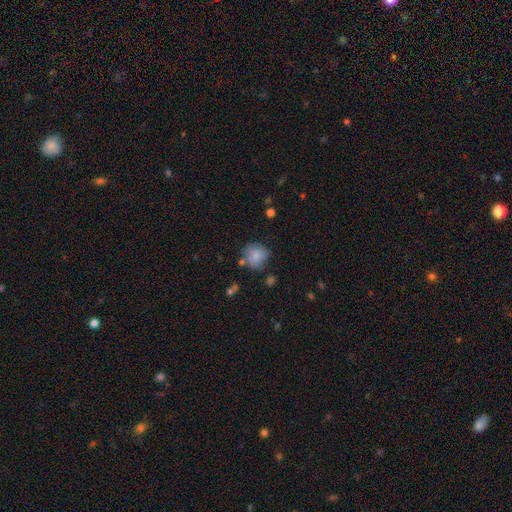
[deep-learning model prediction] This is likely a smooth galaxy (79%). How rounded: clearly round (84%). Merging: likely none (67%).